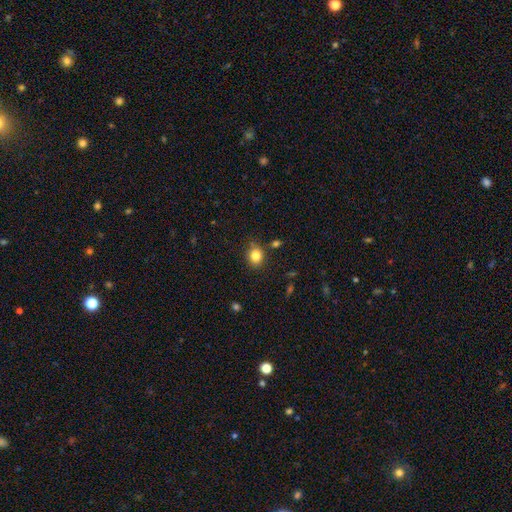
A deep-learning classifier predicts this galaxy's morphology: smooth 83%, star or artifact 11%, featured or disk 6%. Down the decision tree: how rounded — round (64%); merging — none (81%).